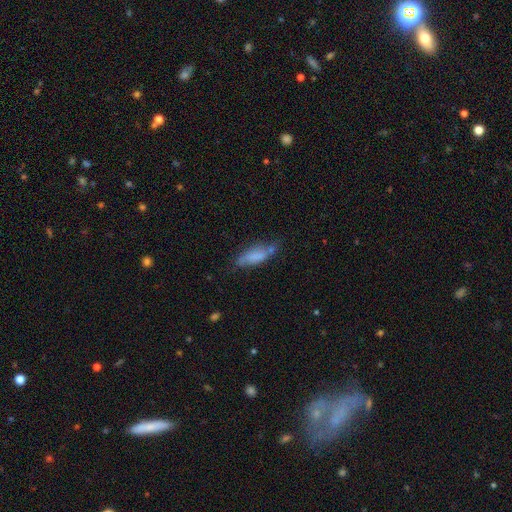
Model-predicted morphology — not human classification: smooth_or_featured: smooth (p=0.64) [alt: featured or disk p=0.27]
how_rounded: in between (p=0.59) [alt: cigar-shaped p=0.38]
merging: none (p=0.47) [alt: minor disturbance p=0.31]